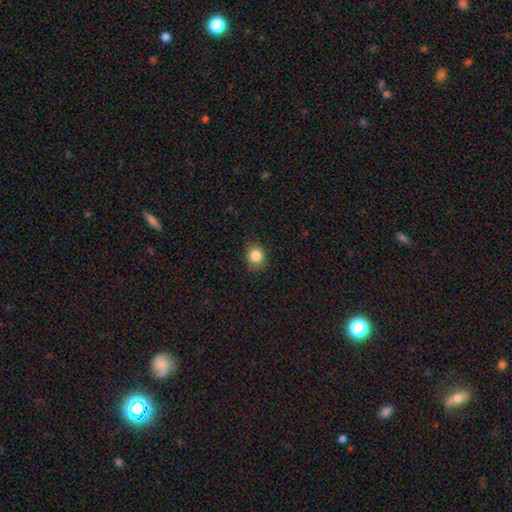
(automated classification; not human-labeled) smooth-or-featured: smooth: 85% | star or artifact: 10% | featured or disk: 5%
  how-rounded: round: 75% | in between: 24% | cigar-shaped: 1%
  merging: none: 87% | minor disturbance: 10% | major disturbance: 2% | merger: 1%